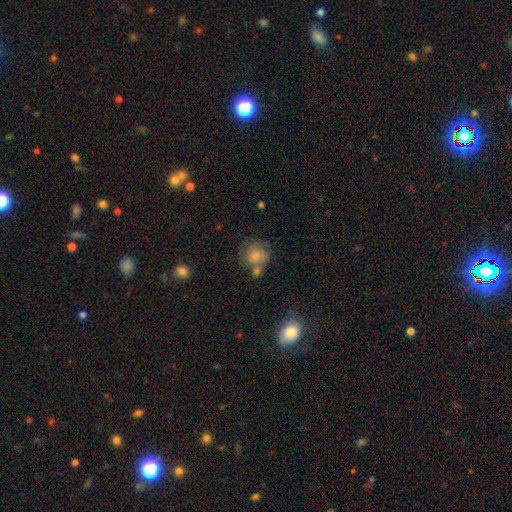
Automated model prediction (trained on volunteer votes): smooth 64%, featured or disk 27%, star or artifact 10%. Down the decision tree: how rounded — round (77%); merging — none (45%).